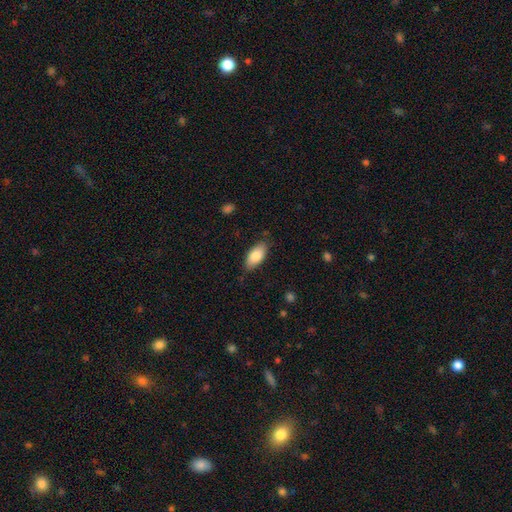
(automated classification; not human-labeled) Q: Smooth or featured?
A: smooth (85%); runner-up: featured or disk (8%)
Q: How rounded?
A: in between (91%); runner-up: cigar-shaped (7%)
Q: Merging?
A: none (79%); runner-up: minor disturbance (16%)